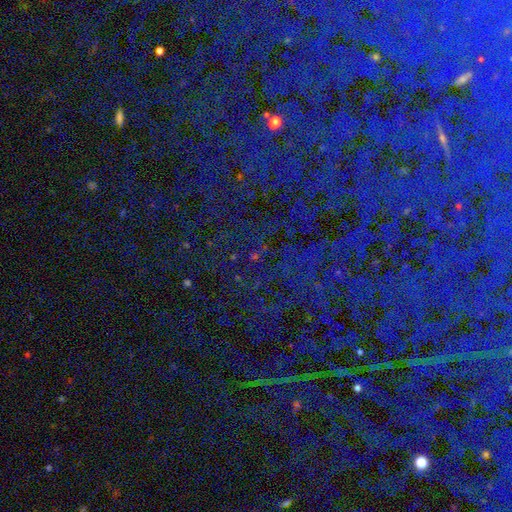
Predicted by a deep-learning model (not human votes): Q: Smooth or featured?
A: star or artifact (85%); runner-up: featured or disk (8%)